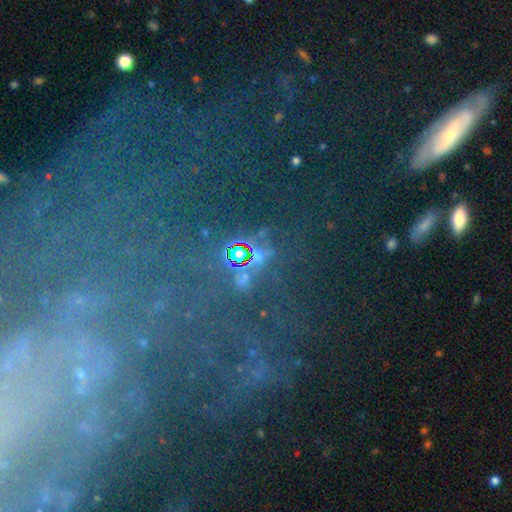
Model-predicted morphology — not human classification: Smooth or featured?
  - star or artifact: 75% *
  - smooth: 15%
  - featured or disk: 9%